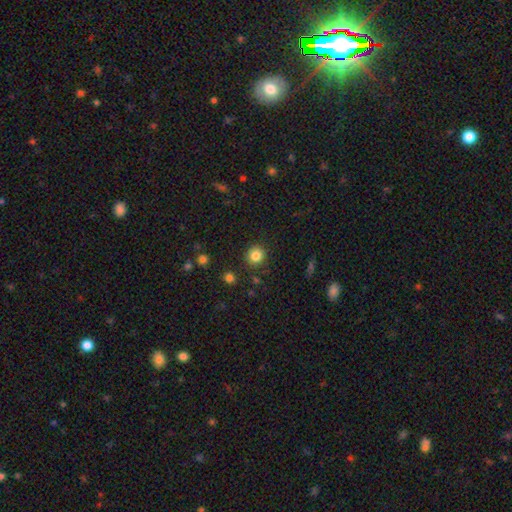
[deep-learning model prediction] Morphology: type=smooth (84%); roundness=round (90%); merging=none (89%).